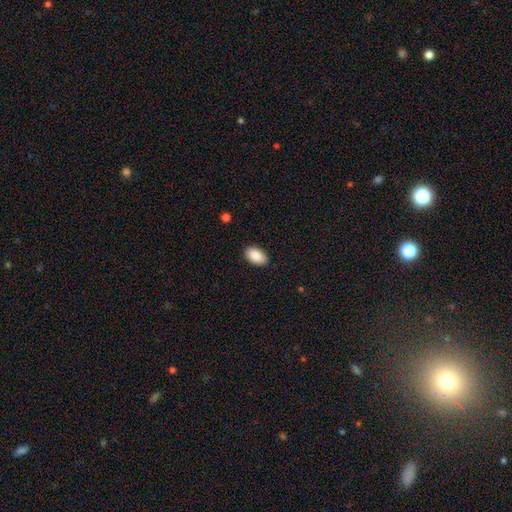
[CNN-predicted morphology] Smooth or featured?
  - smooth: 90% *
  - star or artifact: 6%
  - featured or disk: 4%
How rounded?
  - in between: 94% *
  - round: 4%
  - cigar-shaped: 1%
Merging?
  - none: 88% *
  - minor disturbance: 9%
  - major disturbance: 2%
  - merger: 1%